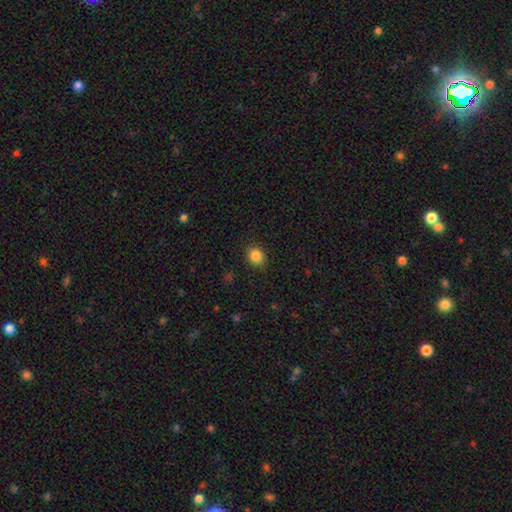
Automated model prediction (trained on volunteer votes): Smooth or featured? smooth (86%)
How rounded? round (67%)
Merging? none (87%)